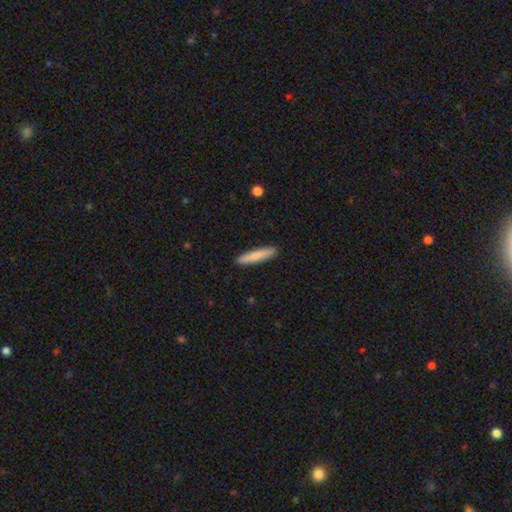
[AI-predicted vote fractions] Smooth or featured? smooth (80%)
How rounded? cigar-shaped (91%)
Merging? none (91%)